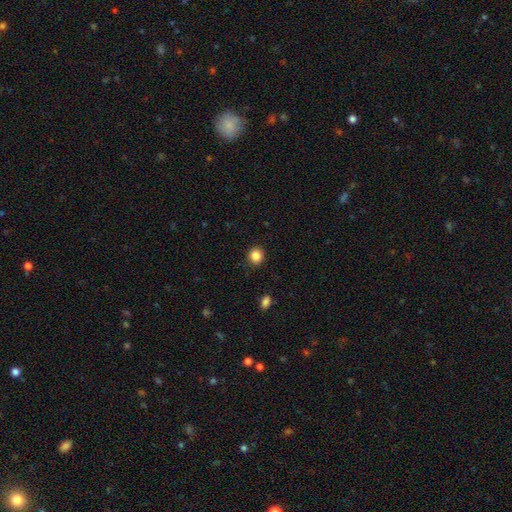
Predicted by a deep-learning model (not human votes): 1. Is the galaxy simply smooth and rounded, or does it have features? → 86% smooth, 11% star or artifact, 4% featured or disk.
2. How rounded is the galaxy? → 87% round, 12% in between, 1% cigar-shaped.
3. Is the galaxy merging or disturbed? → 90% none, 6% minor disturbance, 2% major disturbance, 1% merger.